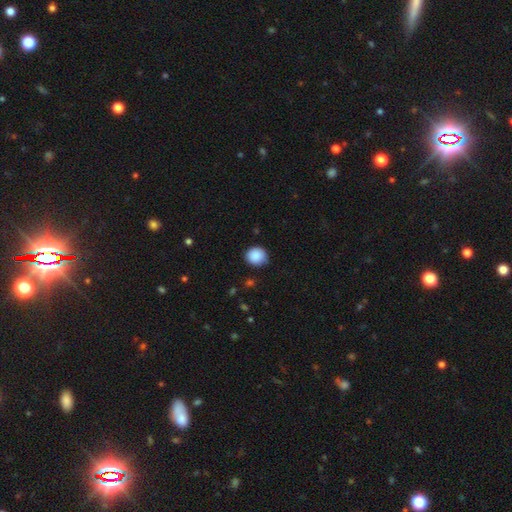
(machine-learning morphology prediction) Smooth or featured? Predicted: smooth (p=0.89). How rounded? Predicted: round (p=0.88). Merging? Predicted: none (p=0.84).